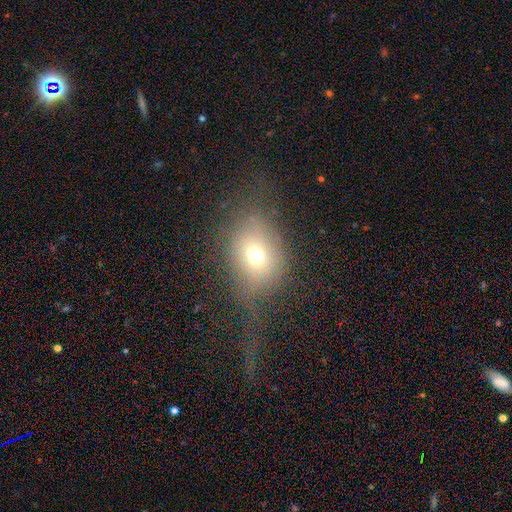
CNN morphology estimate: smooth 65%, featured or disk 19%, star or artifact 16%. Down the decision tree: how rounded — in between (55%); merging — none (49%).